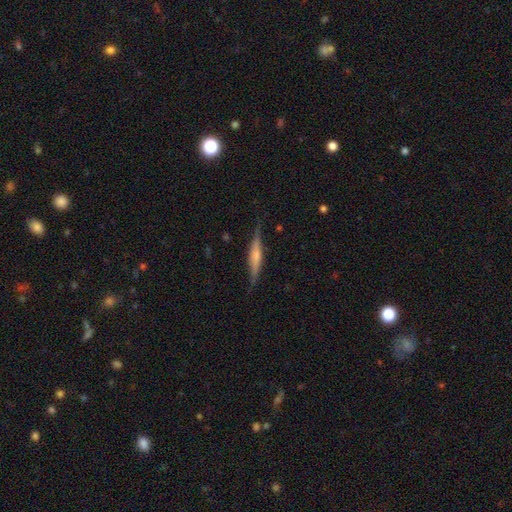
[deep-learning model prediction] A featured or disk galaxy (62%) viewed edge-on (95%) with a rounded central bulge (57%).

Vote fractions:
- Smooth or featured? featured or disk: 62% / smooth: 31% / star or artifact: 6%
- Edge-on disk? yes: 95% / no: 5%
- Edge-on bulge? rounded: 57% / boxy: 26% / none: 17%
- Merging? none: 81% / minor disturbance: 14% / major disturbance: 3% / merger: 1%